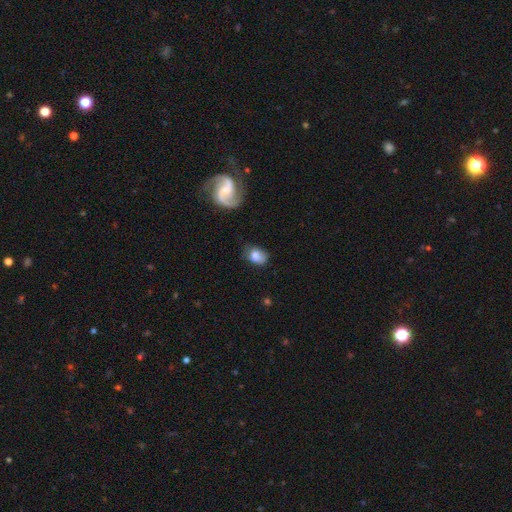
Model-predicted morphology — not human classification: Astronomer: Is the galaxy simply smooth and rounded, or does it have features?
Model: smooth — 74%.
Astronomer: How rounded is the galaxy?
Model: in between — 70%.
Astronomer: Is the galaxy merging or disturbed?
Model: none — 53% (runner-up: minor disturbance, 32%).